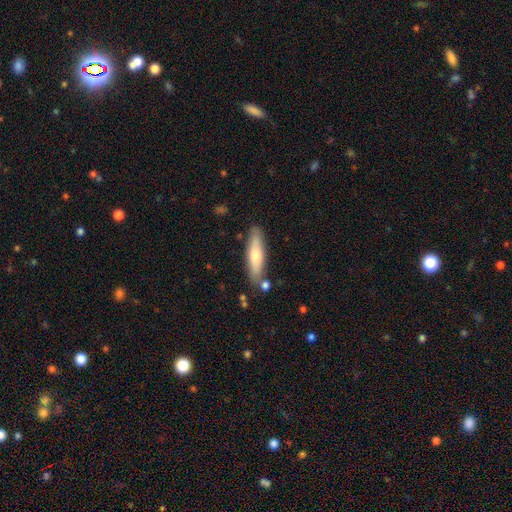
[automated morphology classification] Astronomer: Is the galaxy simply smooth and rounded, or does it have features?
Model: smooth — 61%.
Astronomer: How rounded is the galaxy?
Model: cigar-shaped — 72%.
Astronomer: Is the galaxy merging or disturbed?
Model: none — 79%.